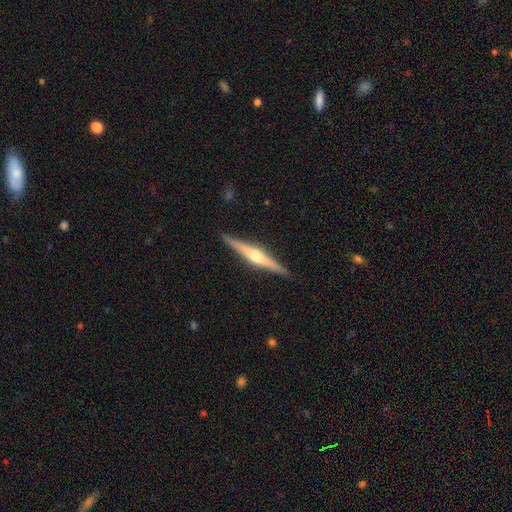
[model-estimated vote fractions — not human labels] Smooth or featured?
  - featured or disk: 73% *
  - smooth: 22%
  - star or artifact: 5%
Edge-on disk?
  - yes: 98% *
  - no: 2%
Edge-on bulge?
  - rounded: 87% *
  - none: 8%
  - boxy: 6%
Merging?
  - none: 91% *
  - minor disturbance: 7%
  - major disturbance: 1%
  - merger: 1%